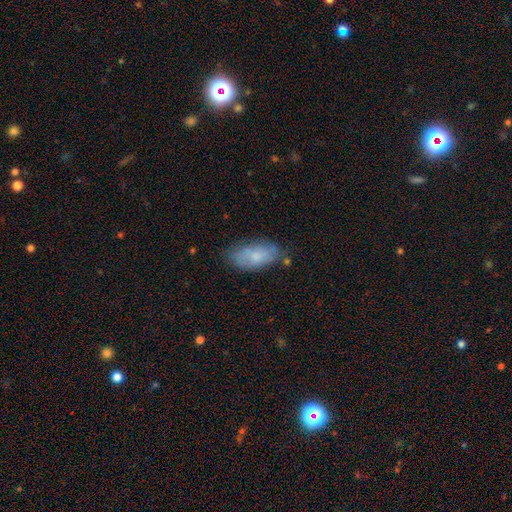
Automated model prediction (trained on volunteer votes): Q: Smooth or featured?
A: smooth (72%); runner-up: featured or disk (22%)
Q: How rounded?
A: in between (90%); runner-up: cigar-shaped (8%)
Q: Merging?
A: none (68%); runner-up: minor disturbance (23%)